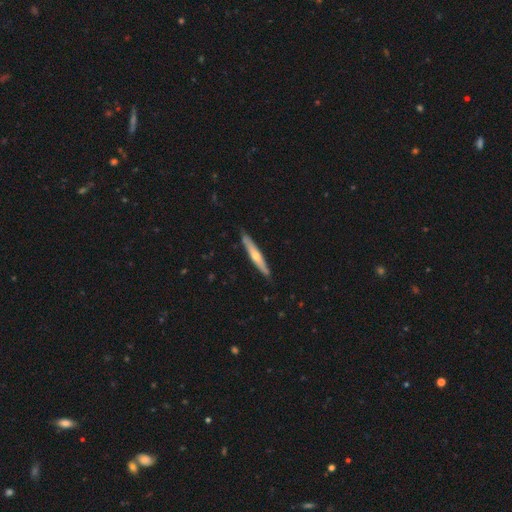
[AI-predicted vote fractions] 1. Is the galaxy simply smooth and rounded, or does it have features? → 55% featured or disk, 40% smooth, 5% star or artifact.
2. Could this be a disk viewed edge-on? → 92% yes, 8% no.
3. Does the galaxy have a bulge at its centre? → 80% rounded, 17% none, 3% boxy.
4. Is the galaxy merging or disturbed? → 87% none, 11% minor disturbance, 2% major disturbance, 1% merger.